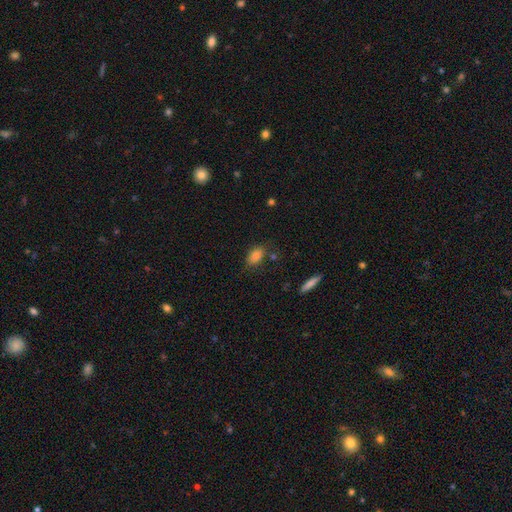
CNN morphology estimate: The model was most divided on "merging": none: 76%, minor disturbance: 16%, merger: 5%, major disturbance: 4%. More confident: how rounded — in between (86%); smooth or featured — smooth (83%).